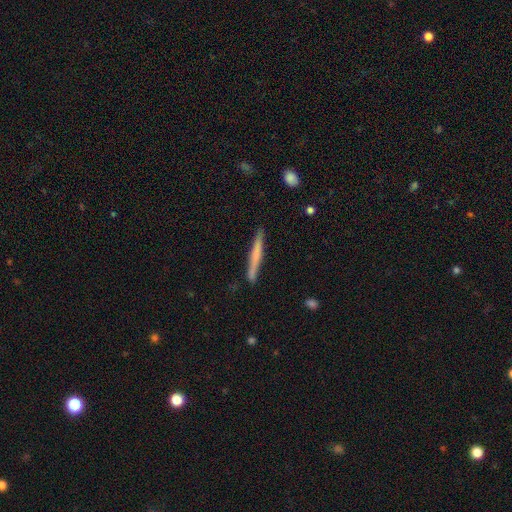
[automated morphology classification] Q: Smooth or featured?
A: smooth (52%); runner-up: featured or disk (43%)
Q: How rounded?
A: cigar-shaped (97%); runner-up: in between (2%)
Q: Merging?
A: none (89%); runner-up: minor disturbance (8%)